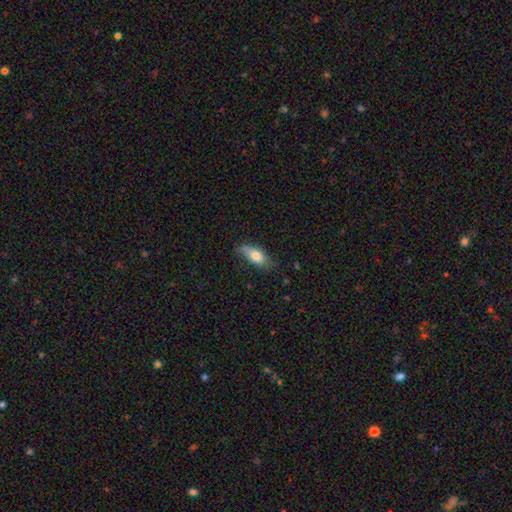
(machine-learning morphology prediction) Smooth or featured?
  - smooth: 74% *
  - featured or disk: 20%
  - star or artifact: 7%
How rounded?
  - in between: 78% *
  - cigar-shaped: 19%
  - round: 3%
Merging?
  - none: 69% *
  - minor disturbance: 25%
  - major disturbance: 5%
  - merger: 1%